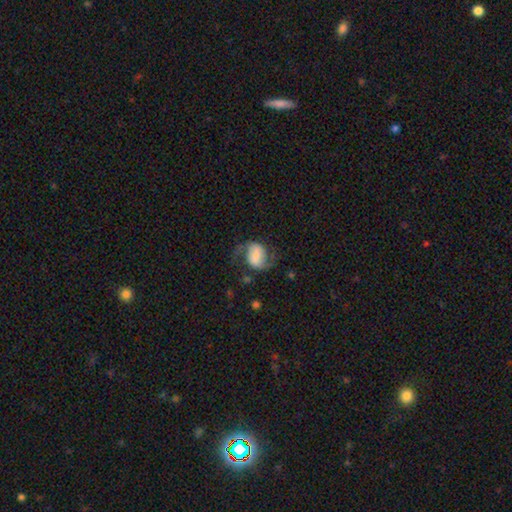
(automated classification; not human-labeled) Smooth or featured: featured or disk — 67% (smooth — 25%)
Edge-on disk: no — 98% (yes — 2%)
Bar: weak — 38% (no — 37%)
Spiral arms: yes — 93% (no — 7%)
Spiral winding: loose — 58% (medium — 34%)
Spiral arm count: 2 — 92% (1 — 2%)
Bulge size: none — 26% (small — 23%)
Merging: none — 62% (minor disturbance — 19%)